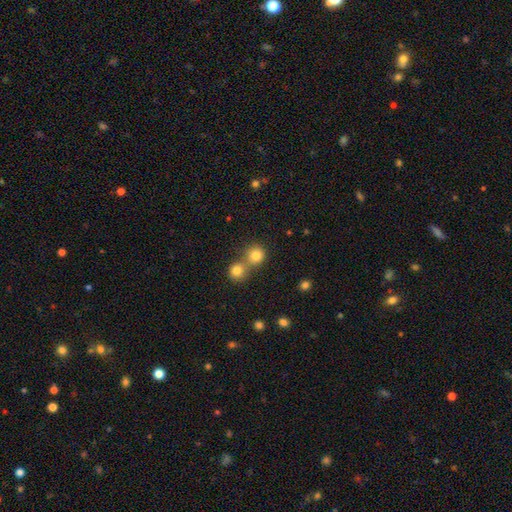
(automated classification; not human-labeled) smooth 81%, star or artifact 12%, featured or disk 6%. Down the decision tree: how rounded — round (89%); merging — none (49%).